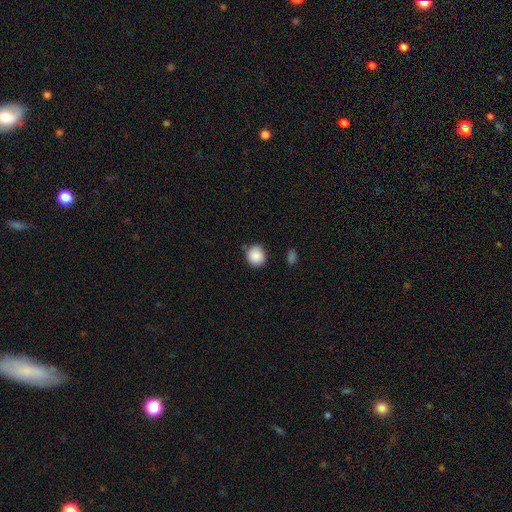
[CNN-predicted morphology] A smooth galaxy with no disk features (88%) that is round (85%). Merging: none (78%).